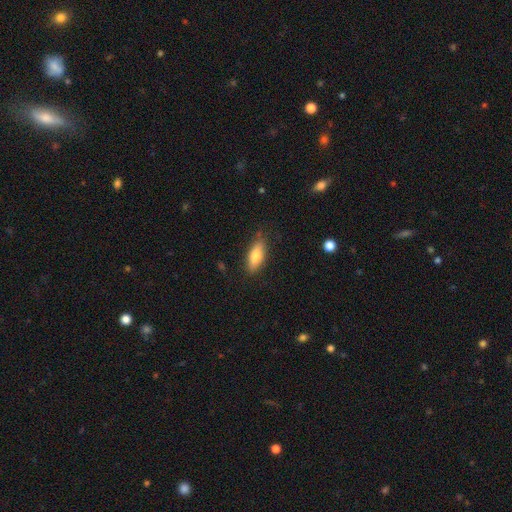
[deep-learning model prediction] smooth_or_featured: smooth (p=0.75) [alt: featured or disk p=0.18]
how_rounded: in between (p=0.74) [alt: cigar-shaped p=0.24]
merging: none (p=0.79) [alt: minor disturbance p=0.16]